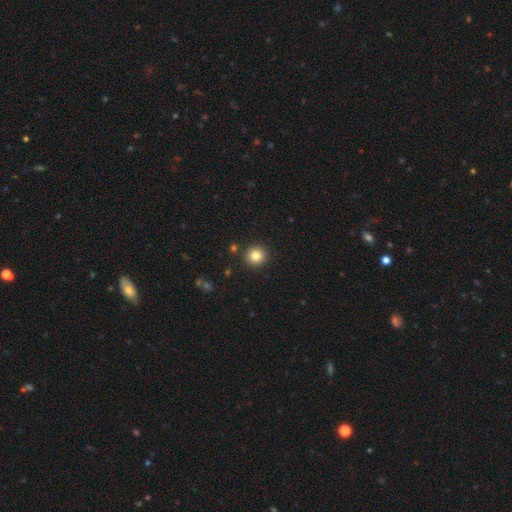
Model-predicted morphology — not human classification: smooth 83%, star or artifact 11%, featured or disk 6%. Down the decision tree: how rounded — round (92%); merging — none (90%).